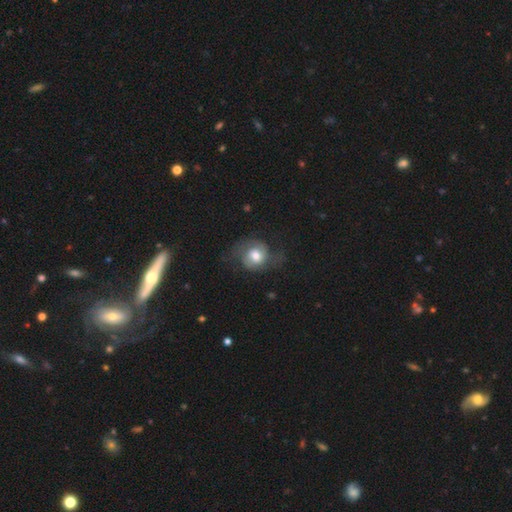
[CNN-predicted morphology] This appears to be a smooth galaxy with no disk features (51%) that is round (69%). Merging: none (48%).